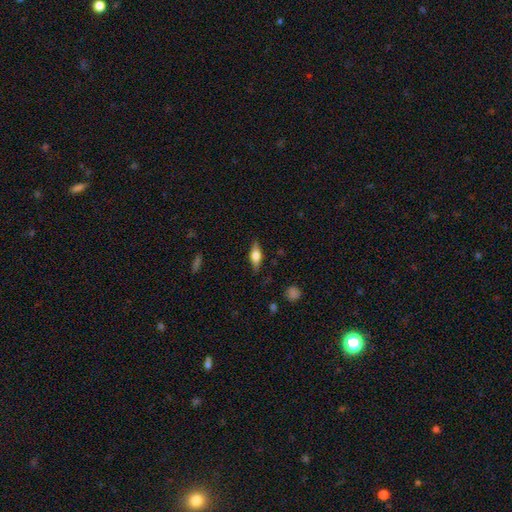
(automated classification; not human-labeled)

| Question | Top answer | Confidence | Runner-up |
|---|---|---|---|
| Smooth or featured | smooth | 59% | featured or disk (34%) |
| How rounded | in between | 67% | cigar-shaped (29%) |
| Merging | none | 83% | minor disturbance (13%) |